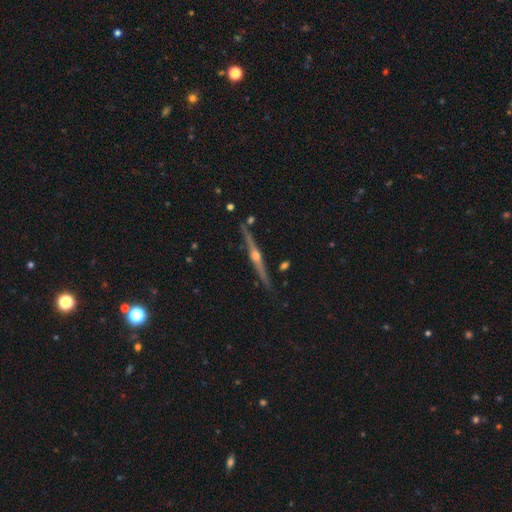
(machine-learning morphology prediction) Smooth or featured? featured or disk (86%)
Edge-on disk? yes (98%)
Edge-on bulge? rounded (92%)
Merging? none (87%)